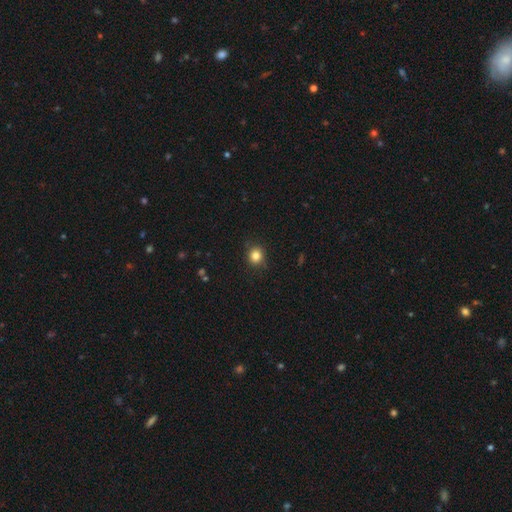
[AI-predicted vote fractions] Q: Smooth or featured?
A: smooth (84%); runner-up: star or artifact (11%)
Q: How rounded?
A: round (81%); runner-up: in between (18%)
Q: Merging?
A: none (85%); runner-up: minor disturbance (11%)